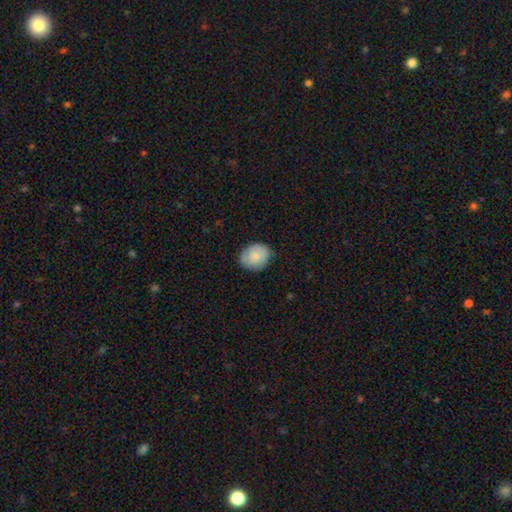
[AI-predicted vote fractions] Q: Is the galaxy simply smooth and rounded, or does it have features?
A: smooth — 81%.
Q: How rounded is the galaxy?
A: round — 54%.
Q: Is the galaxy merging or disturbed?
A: none — 77%.